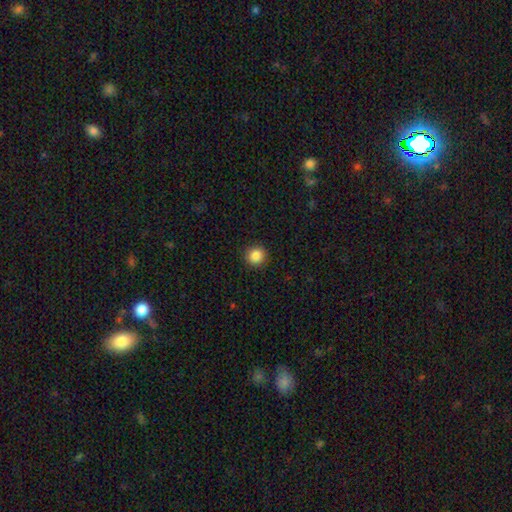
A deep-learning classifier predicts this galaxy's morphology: Smooth or featured? smooth (86%)
How rounded? round (92%)
Merging? none (92%)